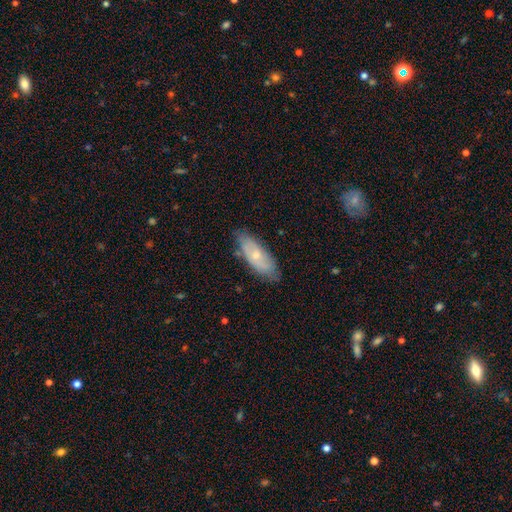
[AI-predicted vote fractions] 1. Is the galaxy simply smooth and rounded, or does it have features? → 47% featured or disk, 46% smooth, 7% star or artifact.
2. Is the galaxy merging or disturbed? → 77% none, 18% minor disturbance, 3% major disturbance, 2% merger.